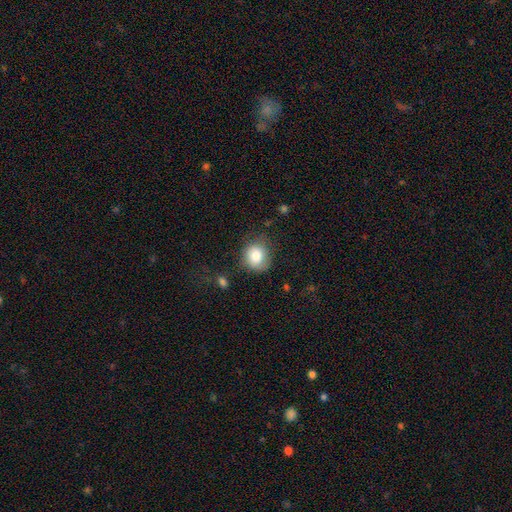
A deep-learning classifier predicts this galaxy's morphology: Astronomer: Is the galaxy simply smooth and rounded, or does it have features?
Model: smooth — 81%.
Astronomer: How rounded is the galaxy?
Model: round — 75%.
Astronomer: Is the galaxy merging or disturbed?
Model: none — 67%.